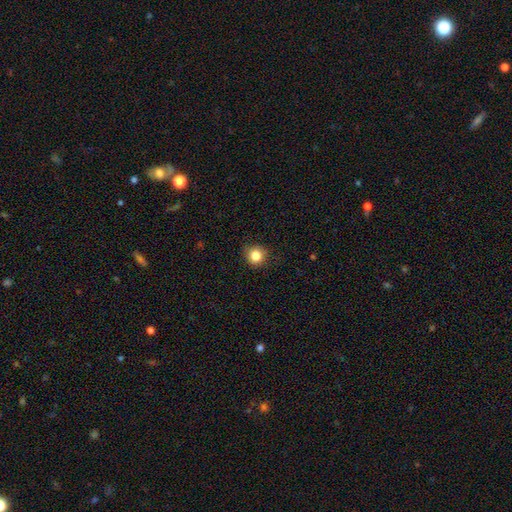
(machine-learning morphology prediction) type=smooth (84%); roundness=round (91%); merging=none (86%).